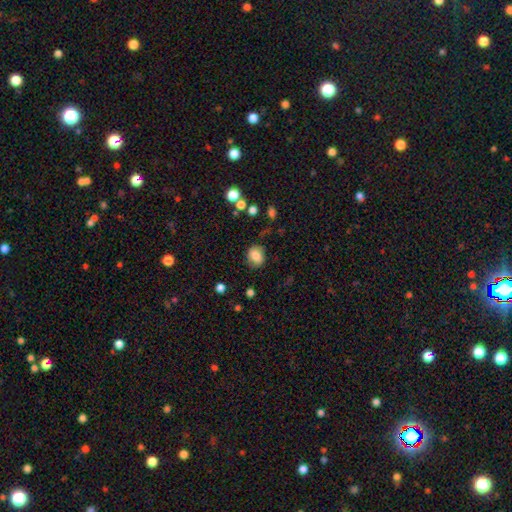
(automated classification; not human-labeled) Smooth or featured? smooth (76%)
How rounded? in between (51%)
Merging? none (73%)